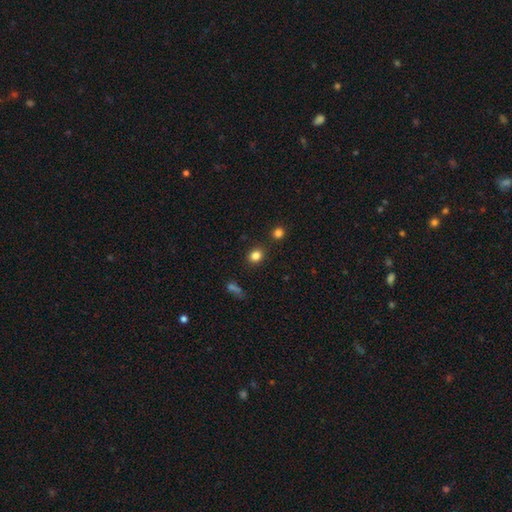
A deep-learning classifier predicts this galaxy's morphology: A smooth galaxy with no disk features (83%) that is round (69%). Merging: none (84%).